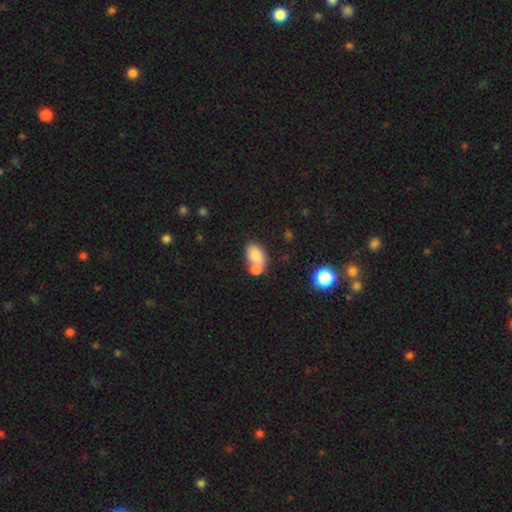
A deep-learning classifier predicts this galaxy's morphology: smooth 81%, featured or disk 10%, star or artifact 9%. Down the decision tree: how rounded — in between (85%); merging — merger (52%).